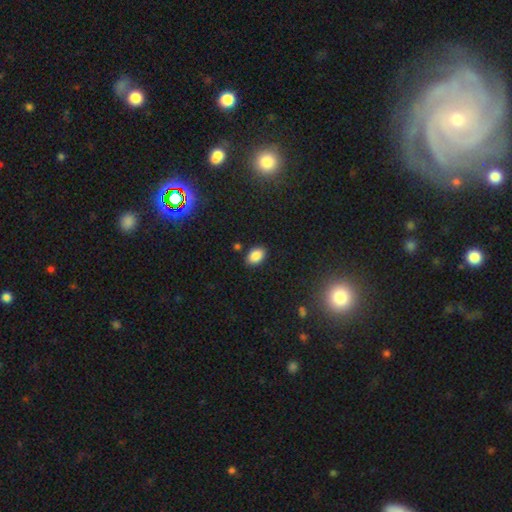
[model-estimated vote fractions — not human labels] Smooth or featured?
  - smooth: 86% *
  - star or artifact: 9%
  - featured or disk: 5%
How rounded?
  - in between: 84% *
  - round: 14%
  - cigar-shaped: 1%
Merging?
  - none: 85% *
  - minor disturbance: 10%
  - major disturbance: 2%
  - merger: 2%